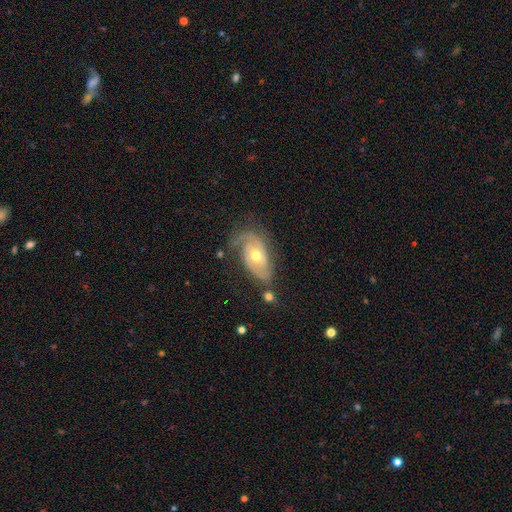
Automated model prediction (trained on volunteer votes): Smooth or featured? featured or disk (82%)
Edge-on disk? no (95%)
Bar? no (72%)
Spiral arms? yes (91%)
Spiral winding? tight (52%)
Spiral arm count? 2 (54%)
Bulge size? moderate (71%)
Merging? none (57%)